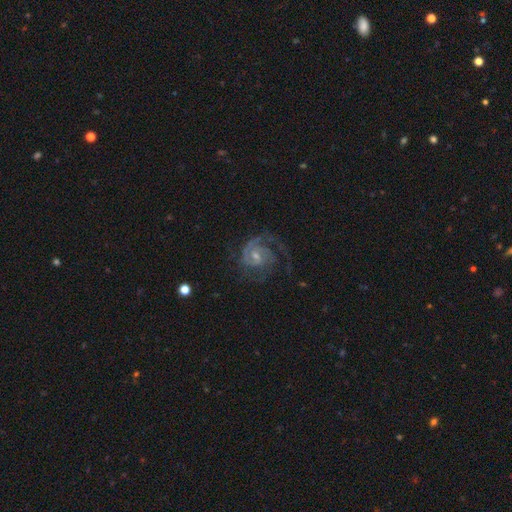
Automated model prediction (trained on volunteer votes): smooth_or_featured: featured or disk (p=0.86) [alt: star or artifact p=0.07]
disk_edge_on: no (p=0.98) [alt: yes p=0.02]
bar: no (p=0.54) [alt: weak p=0.38]
has_spiral_arms: yes (p=0.97) [alt: no p=0.03]
spiral_winding: tight (p=0.50) [alt: medium p=0.40]
spiral_arm_count: 2 (p=0.53) [alt: 3 p=0.16]
bulge_size: small (p=0.59) [alt: moderate p=0.34]
merging: none (p=0.67) [alt: minor disturbance p=0.16]